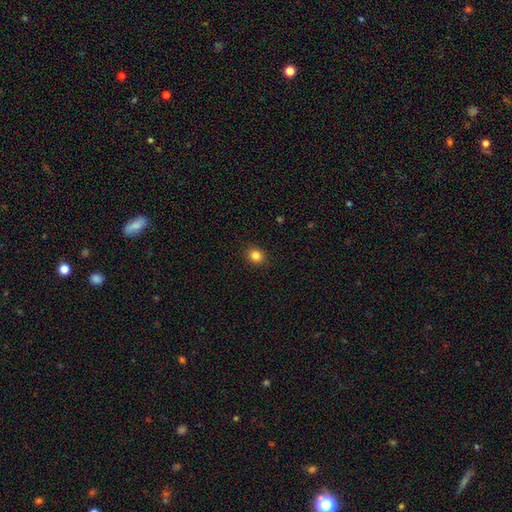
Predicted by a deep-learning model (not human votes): A smooth galaxy with no disk features (84%) that is round (74%).

Vote fractions:
- Smooth or featured? smooth: 84% / star or artifact: 11% / featured or disk: 4%
- How rounded? round: 74% / in between: 25% / cigar-shaped: 1%
- Merging? none: 90% / minor disturbance: 7% / major disturbance: 2% / merger: 1%